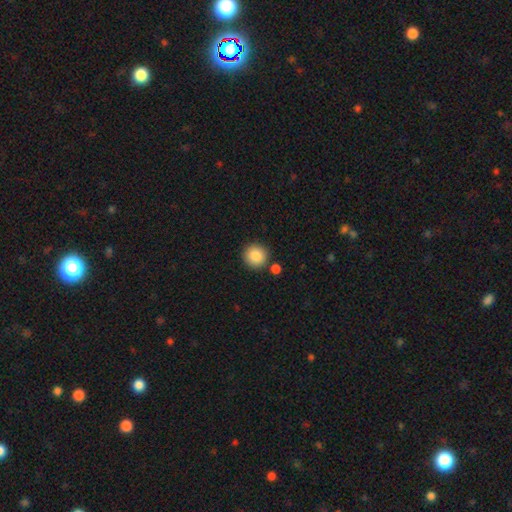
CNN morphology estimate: A smooth galaxy with no disk features (88%) that is round (94%).

Vote fractions:
- Smooth or featured? smooth: 88% / star or artifact: 8% / featured or disk: 4%
- How rounded? round: 94% / in between: 5% / cigar-shaped: 1%
- Merging? none: 84% / minor disturbance: 8% / merger: 6% / major disturbance: 2%